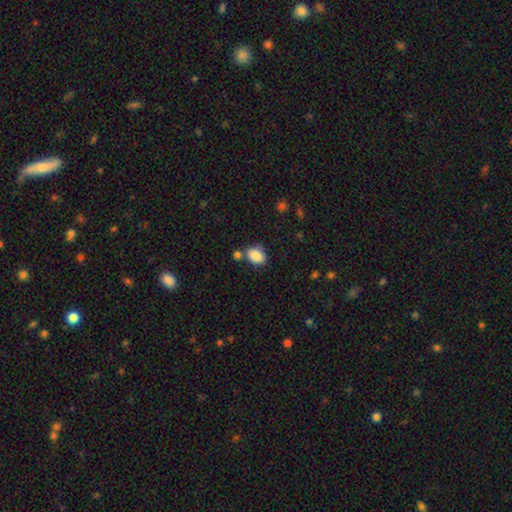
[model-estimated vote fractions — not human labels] A smooth galaxy with no disk features (88%) that is in between round and cigar-shaped (77%). Merging: none (63%).